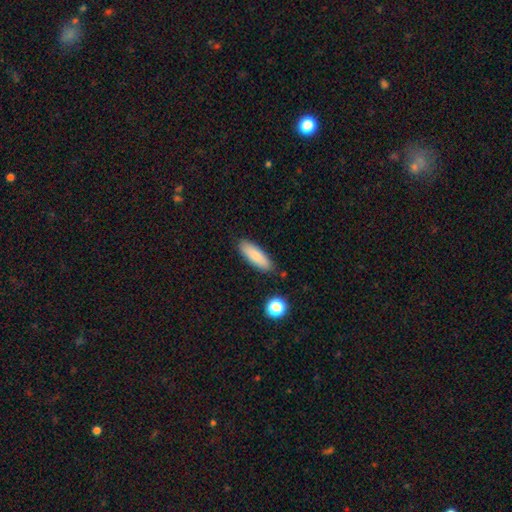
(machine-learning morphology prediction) Overall: smooth (83%). How rounded: in between (52%; cigar-shaped 46%). Merging: none (85%).